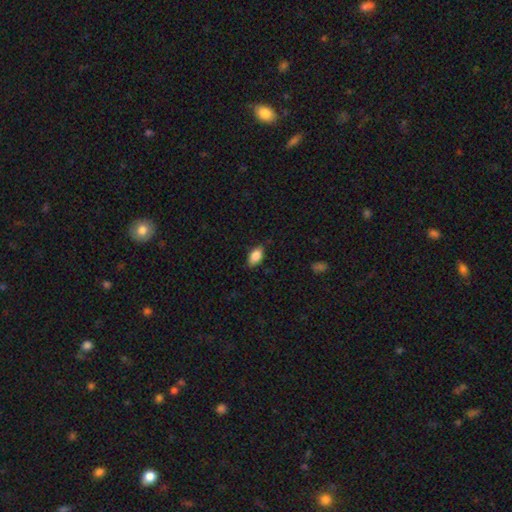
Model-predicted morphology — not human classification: smooth-or-featured: smooth: 87% | star or artifact: 7% | featured or disk: 6%
  how-rounded: in between: 91% | cigar-shaped: 5% | round: 4%
  merging: none: 80% | minor disturbance: 16% | major disturbance: 3% | merger: 1%